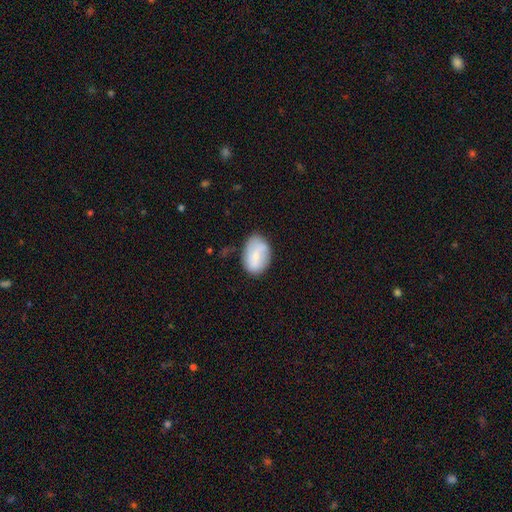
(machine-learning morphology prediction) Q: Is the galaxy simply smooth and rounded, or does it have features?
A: smooth — 61%.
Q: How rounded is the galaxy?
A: in between — 88%.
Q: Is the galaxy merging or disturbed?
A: none — 68%.